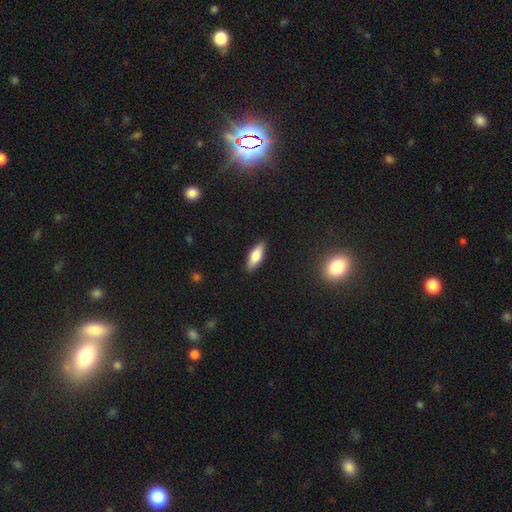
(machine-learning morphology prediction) The model was most divided on "how rounded": in between: 66%, cigar-shaped: 31%, round: 2%. More confident: merging — none (88%); smooth or featured — smooth (76%).